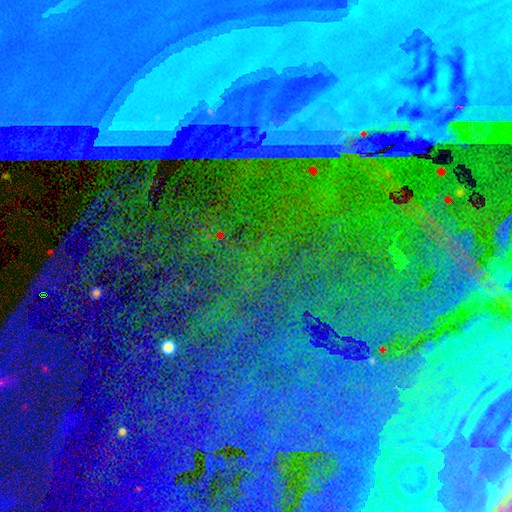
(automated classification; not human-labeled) This is clearly a star or artifact rather than a galaxy (84%).